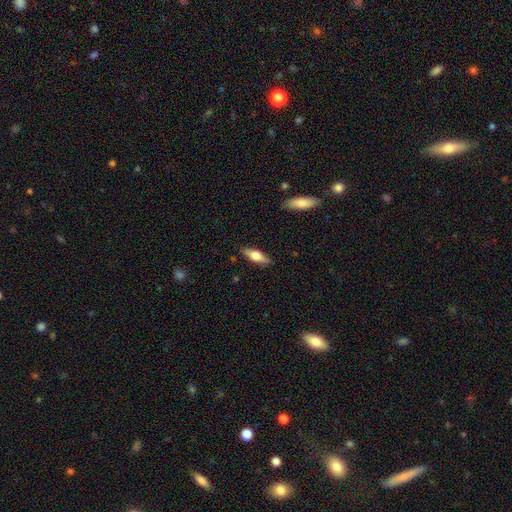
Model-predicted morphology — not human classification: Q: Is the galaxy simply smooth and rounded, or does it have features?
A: smooth — 53%.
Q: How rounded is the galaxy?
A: in between — 58%.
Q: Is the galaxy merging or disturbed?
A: none — 86%.